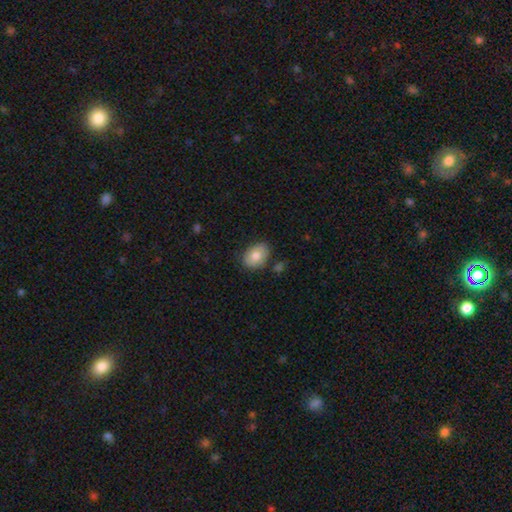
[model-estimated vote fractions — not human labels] This is clearly a smooth galaxy (80%). How rounded: likely in between (75%). Merging: likely none (79%).